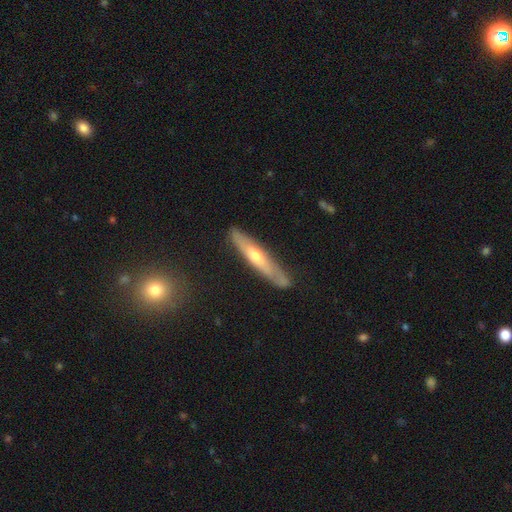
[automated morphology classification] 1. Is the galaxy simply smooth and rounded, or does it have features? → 52% featured or disk, 43% smooth, 5% star or artifact.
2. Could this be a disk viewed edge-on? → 80% yes, 20% no.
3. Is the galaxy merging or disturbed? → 84% none, 12% minor disturbance, 3% major disturbance, 2% merger.